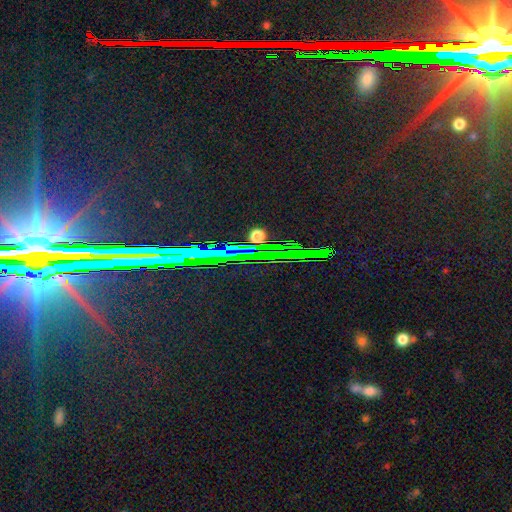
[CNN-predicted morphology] Smooth or featured: star or artifact — 83% (featured or disk — 9%)